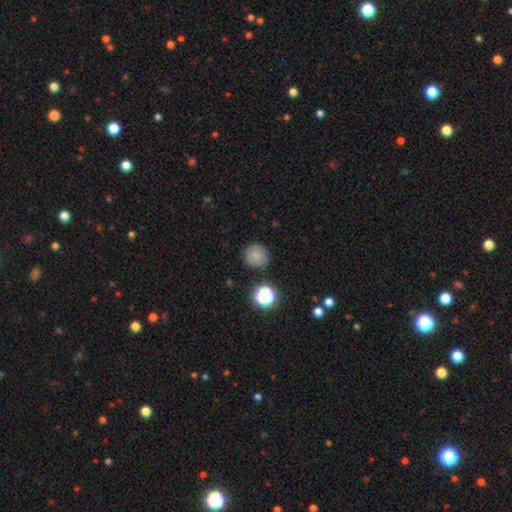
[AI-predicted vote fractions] Q: Smooth or featured?
A: smooth (78%); runner-up: star or artifact (14%)
Q: How rounded?
A: round (94%); runner-up: in between (5%)
Q: Merging?
A: none (83%); runner-up: minor disturbance (10%)